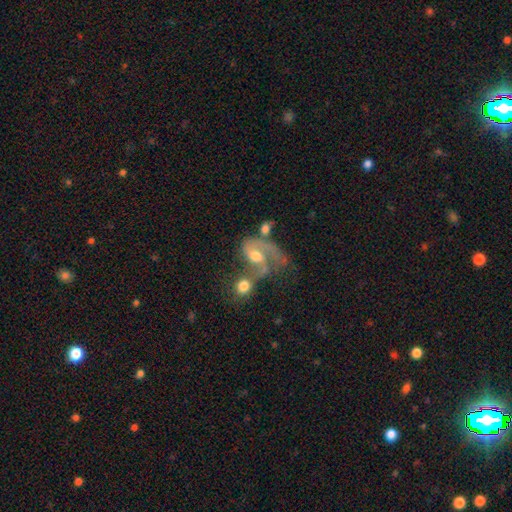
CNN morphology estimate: featured or disk 66%, smooth 21%, star or artifact 13%. Down the decision tree: edge-on disk — no (95%); bar — no (62%); spiral arms — yes (71%); bulge size — moderate (61%); merging — merger (51%).